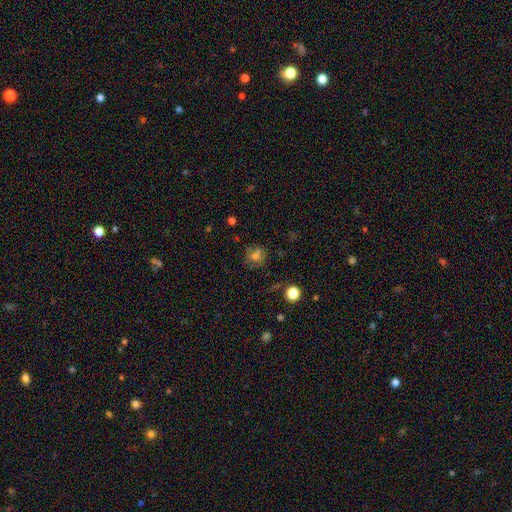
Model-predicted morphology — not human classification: type=smooth (66%); roundness=round (84%); merging=none (70%).